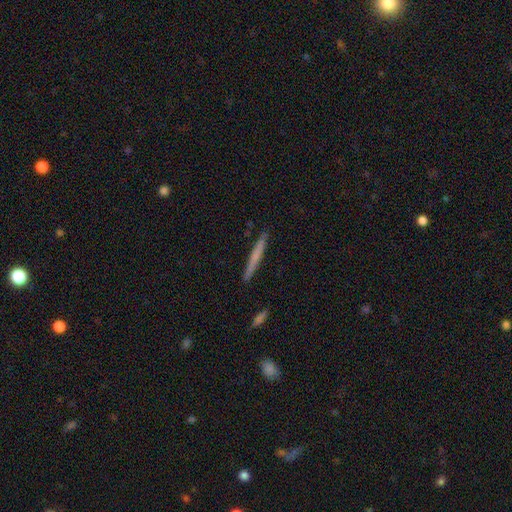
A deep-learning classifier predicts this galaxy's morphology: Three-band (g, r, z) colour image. It shows a smooth galaxy with no disk features (56%) that is cigar-shaped (97%). Merging: none (91%).